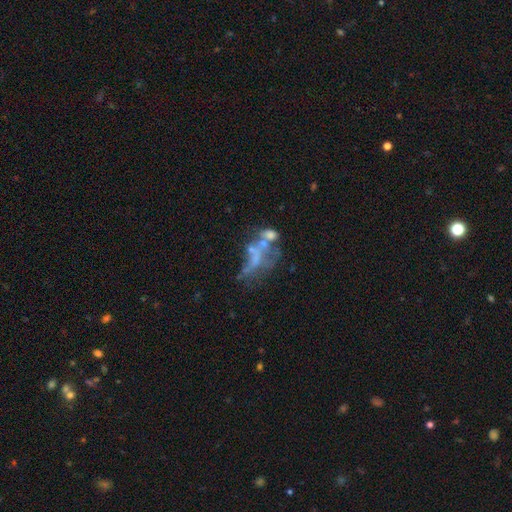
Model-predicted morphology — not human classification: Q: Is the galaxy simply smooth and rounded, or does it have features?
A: featured or disk — 57%.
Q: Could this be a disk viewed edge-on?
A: no — 96%.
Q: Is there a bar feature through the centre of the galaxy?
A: no — 88%.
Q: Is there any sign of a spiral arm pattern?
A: no — 92%.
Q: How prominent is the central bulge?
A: none — 73%.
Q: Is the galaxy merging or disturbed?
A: merger — 39%.